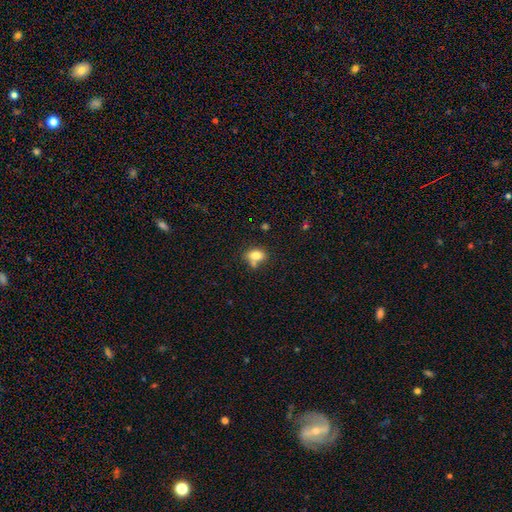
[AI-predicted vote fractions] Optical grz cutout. It shows a smooth galaxy with no disk features (79%) that is in between round and cigar-shaped (67%). Merging: none (51%).